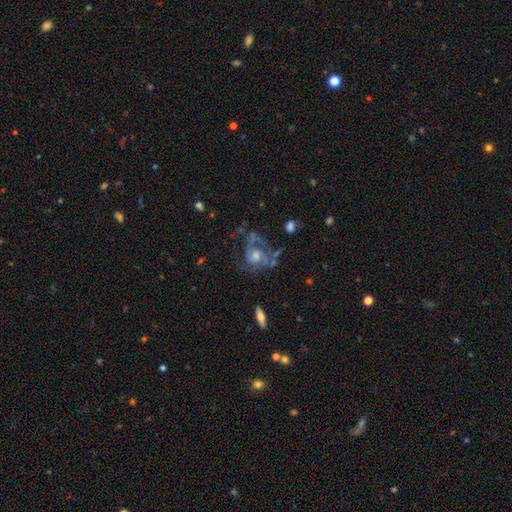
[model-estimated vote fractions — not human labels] featured or disk 81%, smooth 11%, star or artifact 8%. Down the decision tree: edge-on disk — no (97%); bar — no (71%); spiral arms — yes (89%); spiral arm count — 2 (56%); spiral winding — medium (45%); bulge size — moderate (56%); merging — none (51%).